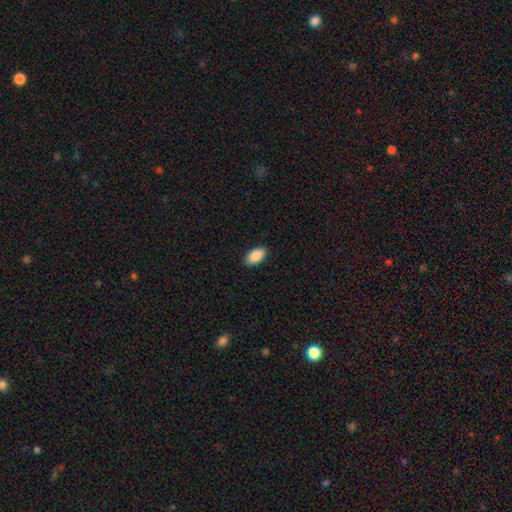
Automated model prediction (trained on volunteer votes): smooth 90%, star or artifact 6%, featured or disk 4%. Down the decision tree: how rounded — in between (95%); merging — none (89%).